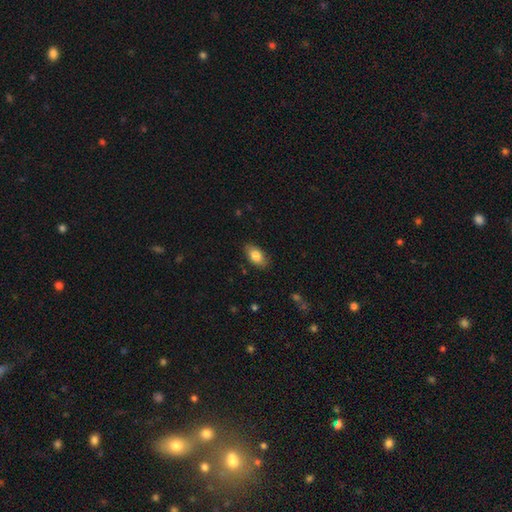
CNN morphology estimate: type=smooth (82%); roundness=in between (91%); merging=none (83%).